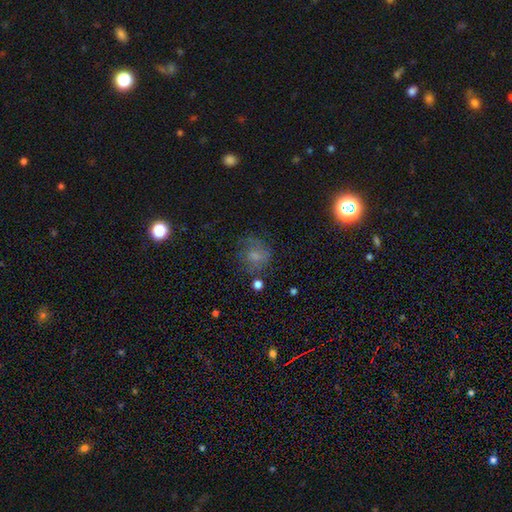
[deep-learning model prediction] This appears to be a smooth galaxy with no disk features (60%) that is round (71%). Merging: none (55%).